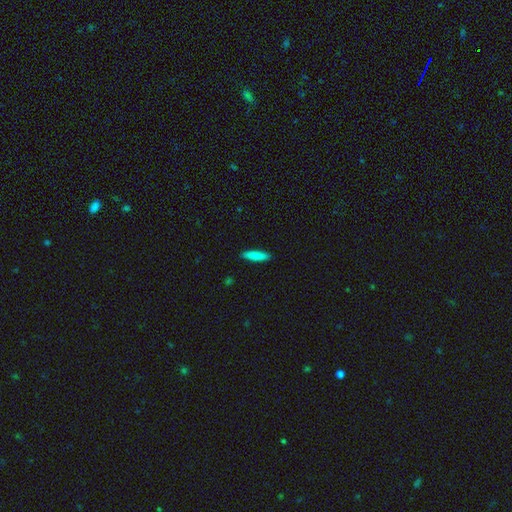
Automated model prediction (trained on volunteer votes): smooth-or-featured: smooth: 84% | featured or disk: 10% | star or artifact: 6%
  how-rounded: cigar-shaped: 76% | in between: 23% | round: 2%
  merging: none: 90% | minor disturbance: 7% | major disturbance: 2% | merger: 1%